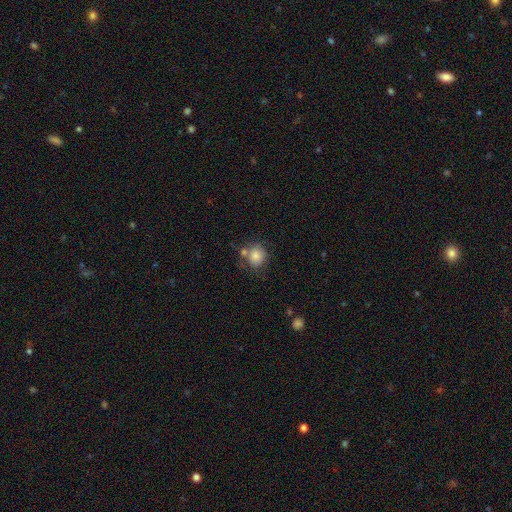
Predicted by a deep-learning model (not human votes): A smooth galaxy with no disk features (81%) that is round (80%). Merging: none (58%).